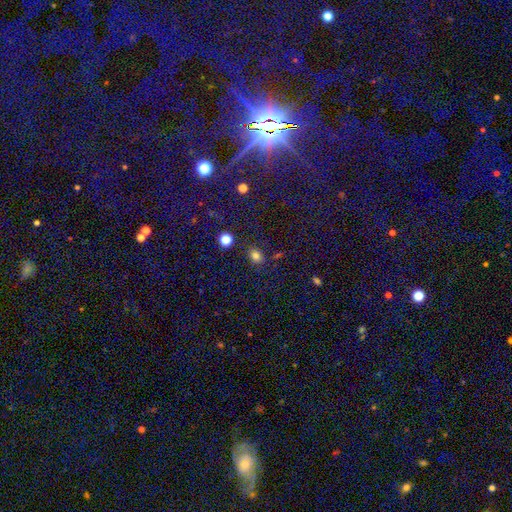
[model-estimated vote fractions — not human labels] Smooth or featured? Predicted: smooth (p=0.80). How rounded? Predicted: in between (p=0.53). Merging? Predicted: none (p=0.80).